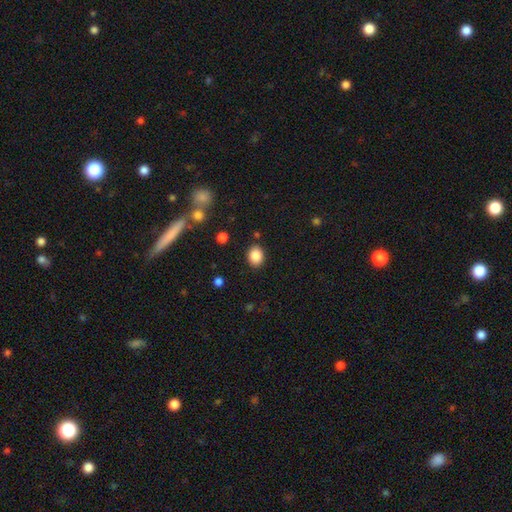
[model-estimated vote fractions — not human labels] A smooth galaxy with no disk features (86%) that is in between round and cigar-shaped (54%).

Vote fractions:
- Smooth or featured? smooth: 86% / star or artifact: 9% / featured or disk: 5%
- How rounded? in between: 54% / round: 45% / cigar-shaped: 1%
- Merging? none: 87% / minor disturbance: 9% / major disturbance: 2% / merger: 2%